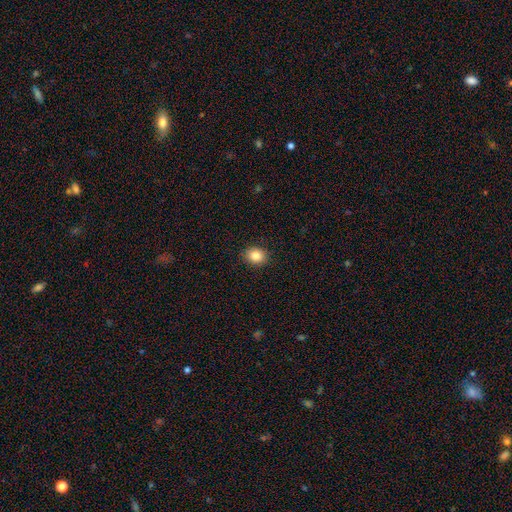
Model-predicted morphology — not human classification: smooth 86%, star or artifact 9%, featured or disk 5%. Down the decision tree: how rounded — round (55%); merging — none (90%).